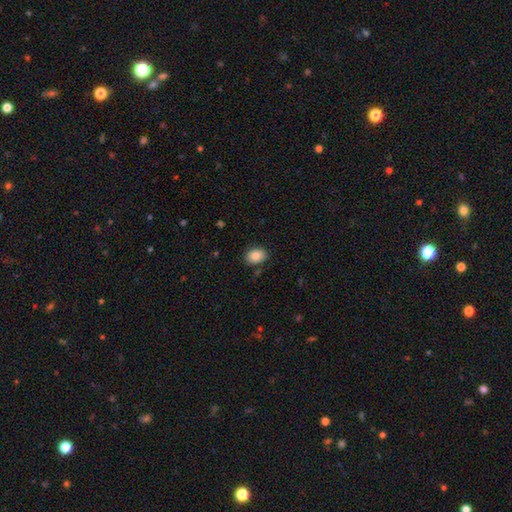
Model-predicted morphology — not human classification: Overall: smooth (88%). How rounded: in between (72%). Merging: none (83%).